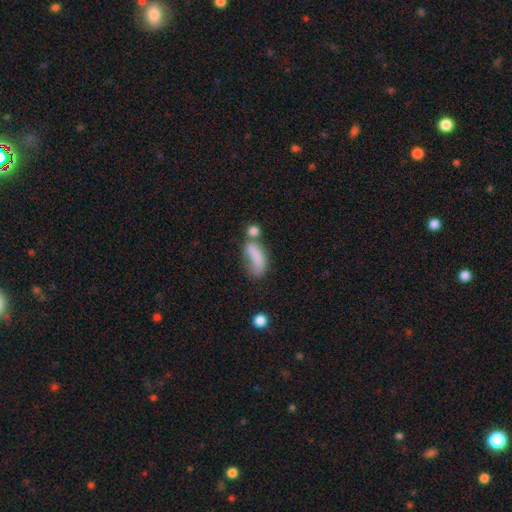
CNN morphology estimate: Q: Smooth or featured?
A: smooth (70%); runner-up: featured or disk (19%)
Q: How rounded?
A: in between (72%); runner-up: cigar-shaped (22%)
Q: Merging?
A: merger (34%); runner-up: major disturbance (27%)